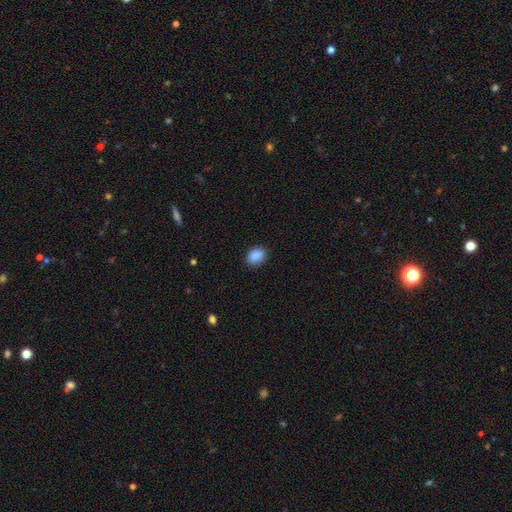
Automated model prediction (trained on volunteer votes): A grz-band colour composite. It shows a smooth galaxy with no disk features (89%) that is in between round and cigar-shaped (64%). Merging: none (87%).